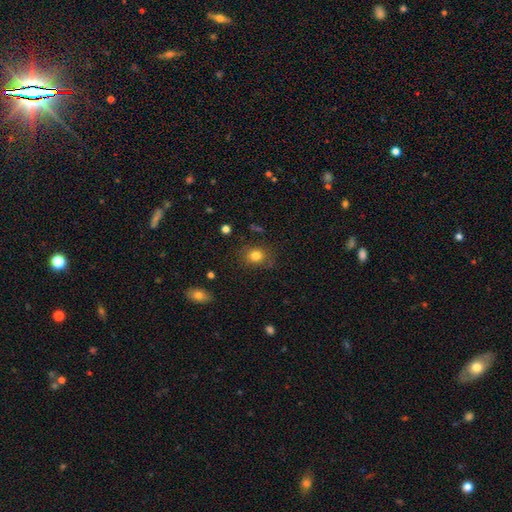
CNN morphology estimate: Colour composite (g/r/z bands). It shows a smooth galaxy with no disk features (82%) that is round (65%). Merging: none (79%).